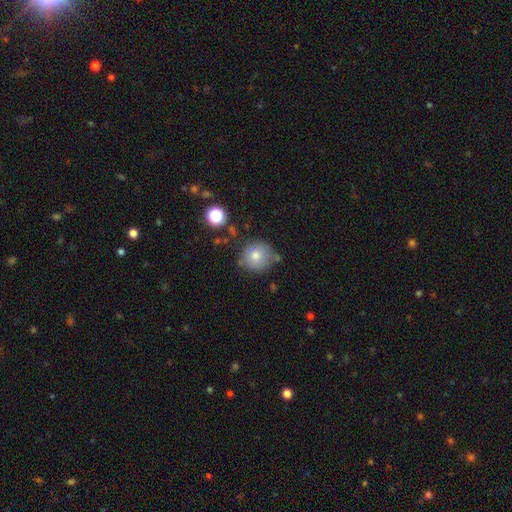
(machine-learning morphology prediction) A smooth galaxy with no disk features (75%) that is round (90%). Merging: none (71%).